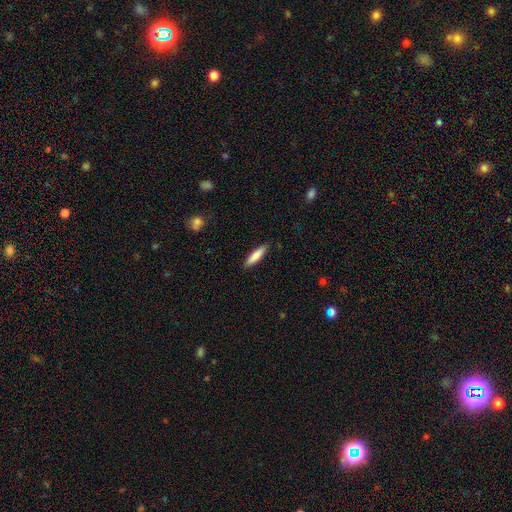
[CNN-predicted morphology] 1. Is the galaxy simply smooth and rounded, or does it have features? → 82% smooth, 13% featured or disk, 6% star or artifact.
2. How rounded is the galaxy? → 72% cigar-shaped, 26% in between, 1% round.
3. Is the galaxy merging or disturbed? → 88% none, 9% minor disturbance, 2% major disturbance, 1% merger.